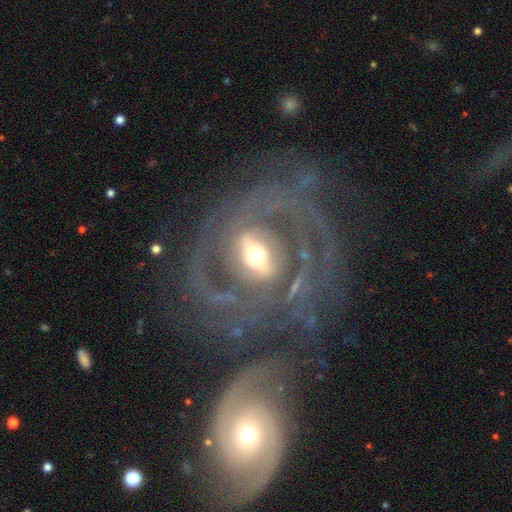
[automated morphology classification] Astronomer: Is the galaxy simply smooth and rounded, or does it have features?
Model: featured or disk — 88%.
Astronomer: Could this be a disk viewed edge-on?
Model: no — 94%.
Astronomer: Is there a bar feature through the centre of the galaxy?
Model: strong — 56%.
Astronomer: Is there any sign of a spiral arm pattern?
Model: yes — 90%.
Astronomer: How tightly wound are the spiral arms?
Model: tight — 54% (runner-up: medium, 32%).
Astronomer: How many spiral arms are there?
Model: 2 — 37% (runner-up: can't tell, 25%).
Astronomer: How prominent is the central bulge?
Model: moderate — 54%.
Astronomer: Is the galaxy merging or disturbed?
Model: none — 67%.